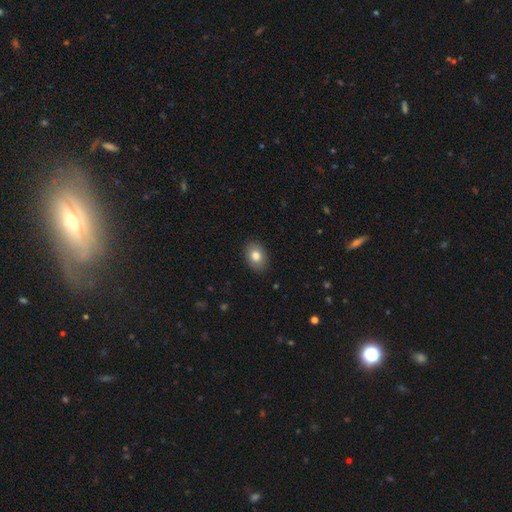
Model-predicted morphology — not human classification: Smooth or featured? Predicted: smooth (p=0.82). How rounded? Predicted: in between (p=0.72). Merging? Predicted: none (p=0.89).